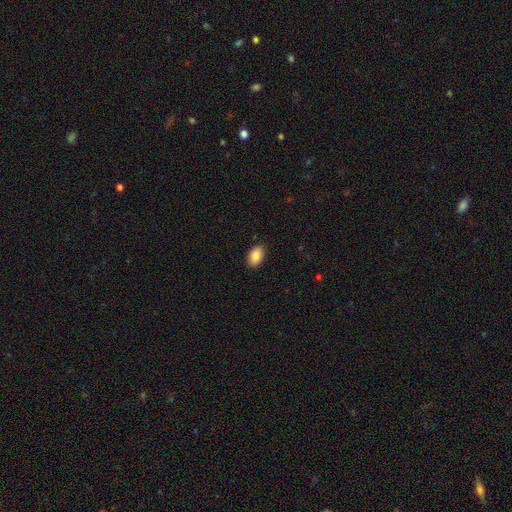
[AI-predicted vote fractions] Smooth or featured? Predicted: smooth (p=0.89). How rounded? Predicted: in between (p=0.92). Merging? Predicted: none (p=0.88).